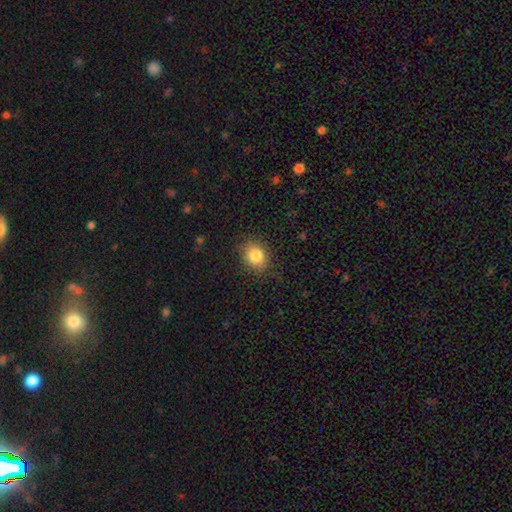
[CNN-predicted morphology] Overall: smooth (84%). How rounded: round (57%; in between 42%). Merging: none (85%).